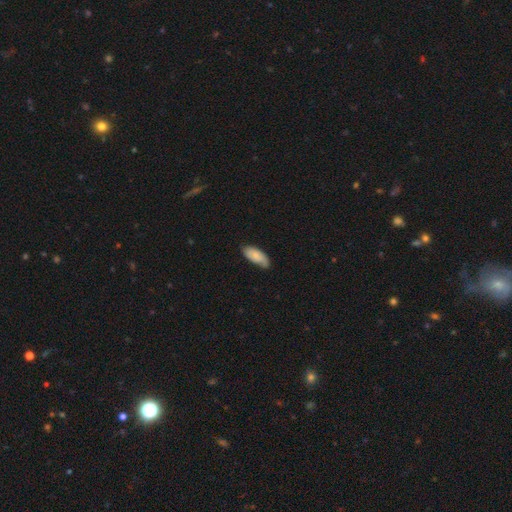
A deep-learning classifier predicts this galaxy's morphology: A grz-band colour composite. It shows a smooth galaxy with no disk features (80%) that is in between round and cigar-shaped (86%). Merging: none (67%).